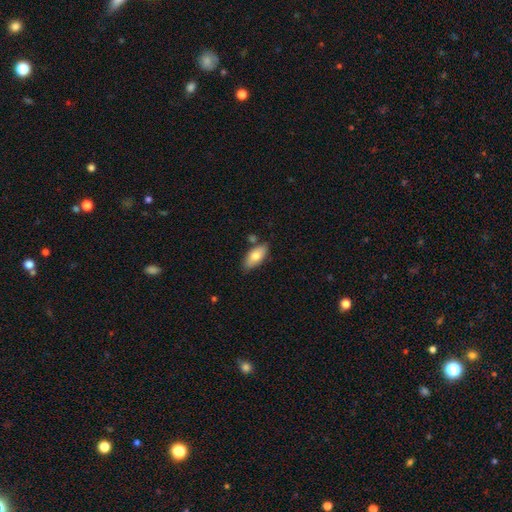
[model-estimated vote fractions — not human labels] smooth_or_featured: smooth (p=0.76) [alt: featured or disk p=0.18]
how_rounded: in between (p=0.88) [alt: cigar-shaped p=0.09]
merging: none (p=0.74) [alt: minor disturbance p=0.16]